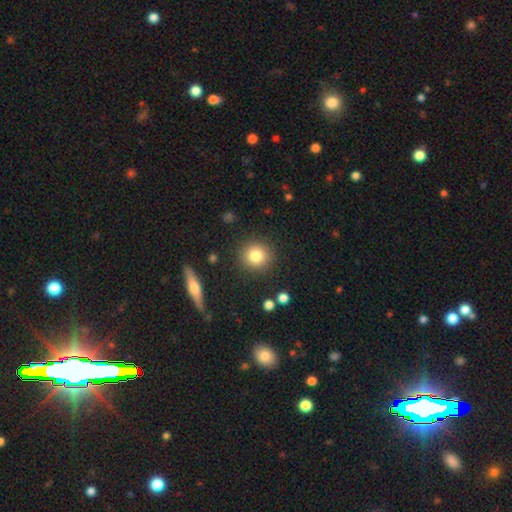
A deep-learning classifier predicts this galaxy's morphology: Q: Smooth or featured?
A: smooth (81%); runner-up: star or artifact (10%)
Q: How rounded?
A: round (91%); runner-up: in between (8%)
Q: Merging?
A: none (89%); runner-up: minor disturbance (7%)